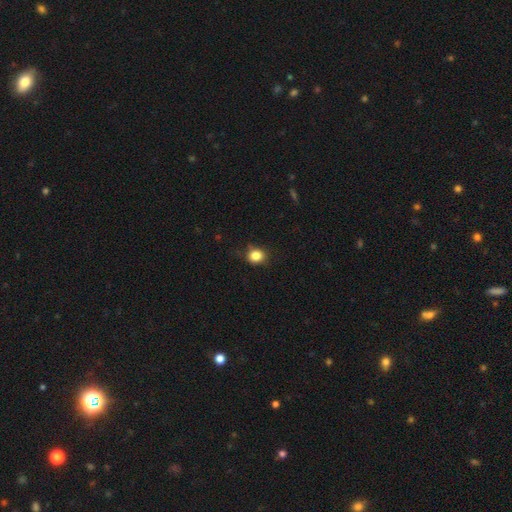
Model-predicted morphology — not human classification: Q: Smooth or featured?
A: smooth (84%); runner-up: star or artifact (11%)
Q: How rounded?
A: round (73%); runner-up: in between (26%)
Q: Merging?
A: none (81%); runner-up: minor disturbance (15%)